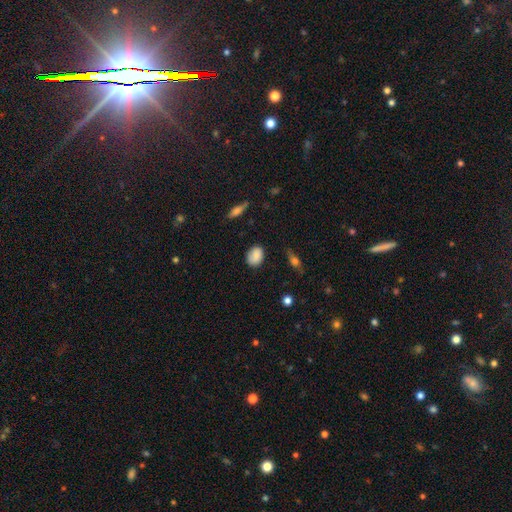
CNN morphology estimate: Smooth or featured? smooth (83%)
How rounded? in between (62%)
Merging? none (76%)